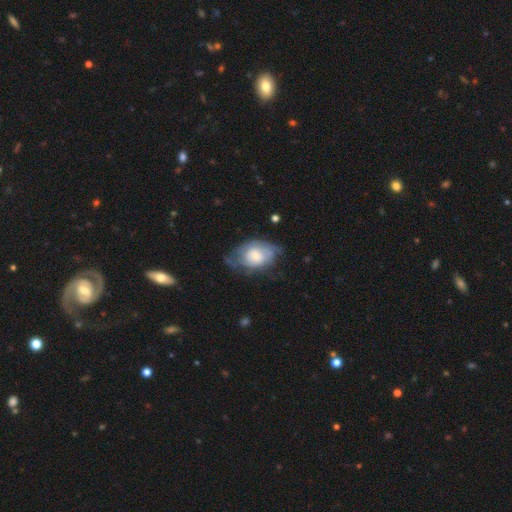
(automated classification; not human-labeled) smooth-or-featured: featured or disk: 55% | smooth: 38% | star or artifact: 7%
  disk-edge-on: no: 95% | yes: 5%
    bar: no: 72% | weak: 24% | strong: 4%
    has-spiral-arms: yes: 69% | no: 31%
    bulge-size: moderate: 38% | large: 28% | small: 24% | none: 6% | dominant: 3%
  merging: none: 47% | minor disturbance: 32% | major disturbance: 20% | merger: 2%